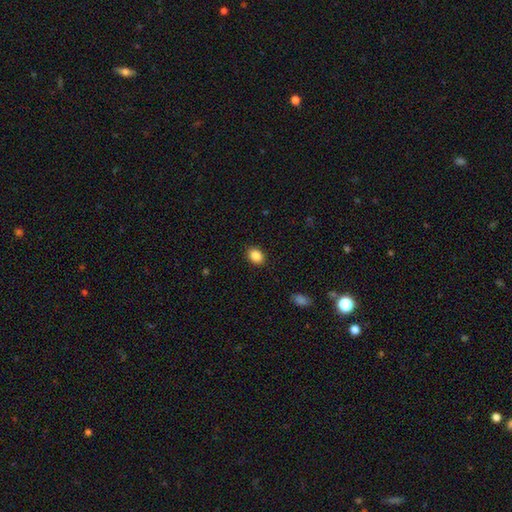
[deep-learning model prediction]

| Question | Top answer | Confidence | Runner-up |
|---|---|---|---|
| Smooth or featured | smooth | 87% | star or artifact (9%) |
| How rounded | in between | 62% | round (37%) |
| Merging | none | 89% | minor disturbance (8%) |